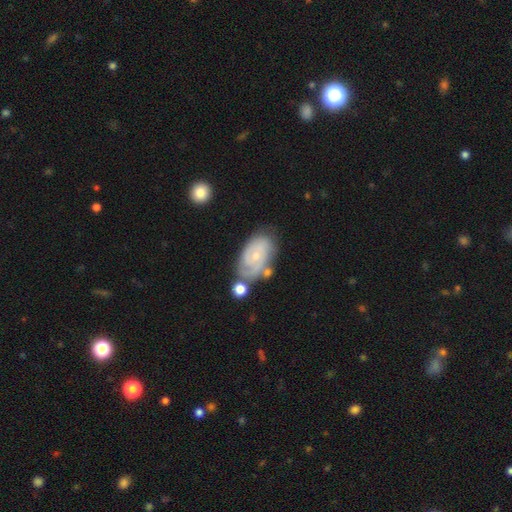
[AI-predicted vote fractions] Smooth or featured? featured or disk (75%)
Edge-on disk? no (96%)
Bar? no (70%)
Spiral arms? yes (92%)
Spiral winding? tight (65%)
Spiral arm count? 2 (42%)
Bulge size? small (71%)
Merging? none (55%)